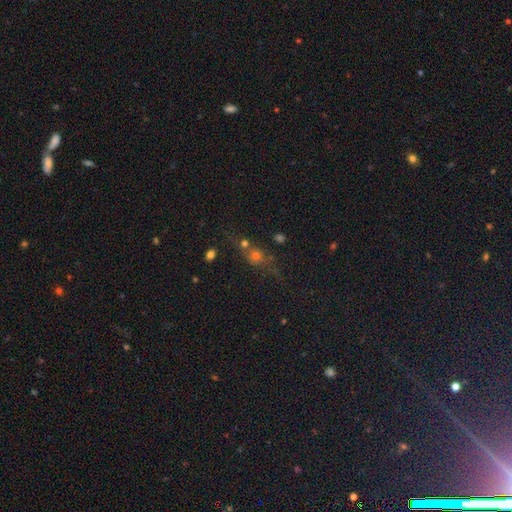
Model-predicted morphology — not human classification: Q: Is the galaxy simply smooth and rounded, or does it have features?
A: smooth — 49%.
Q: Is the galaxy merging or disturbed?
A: none — 50%.